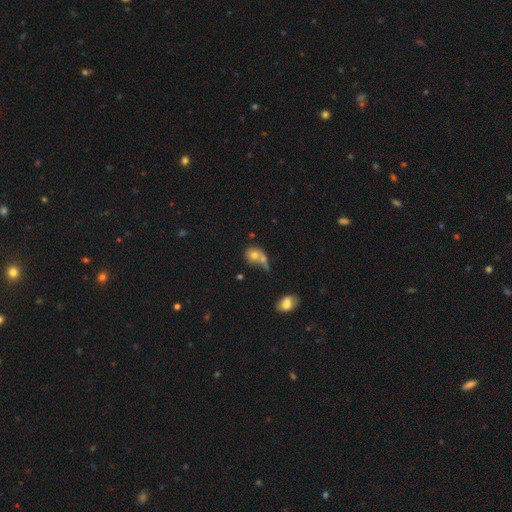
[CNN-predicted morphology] Smooth or featured? Predicted: smooth (p=0.69). How rounded? Predicted: round (p=0.66). Merging? Predicted: merger (p=0.47).